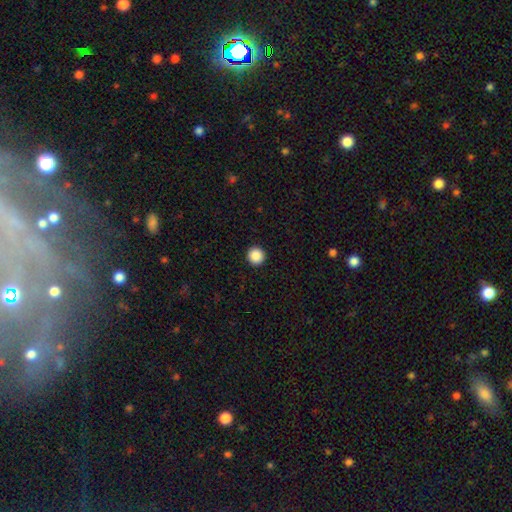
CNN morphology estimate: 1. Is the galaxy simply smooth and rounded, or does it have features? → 88% smooth, 9% star or artifact, 3% featured or disk.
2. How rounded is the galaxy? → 96% round, 3% in between, 1% cigar-shaped.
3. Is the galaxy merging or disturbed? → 94% none, 4% minor disturbance, 1% major disturbance, 1% merger.